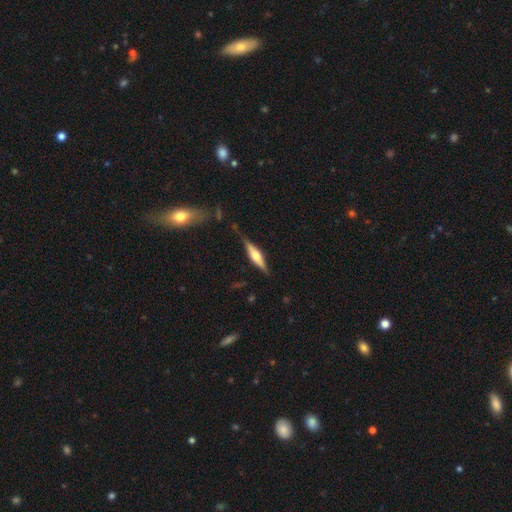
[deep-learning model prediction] This is possibly a featured or disk galaxy (58%). It is clearly viewed edge-on (94%). Edge-on bulge: clearly rounded (82%). Merging: likely none (72%).